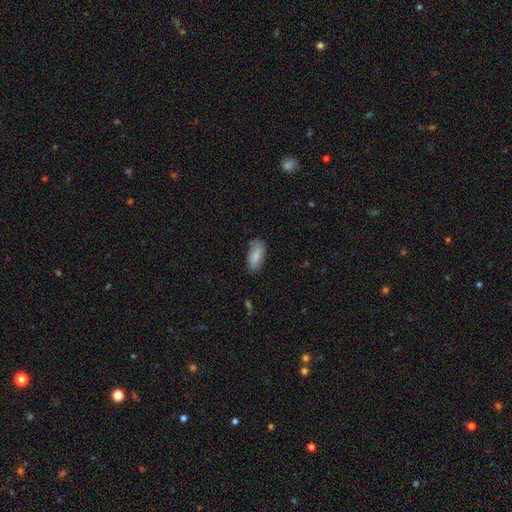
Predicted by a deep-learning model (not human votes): smooth_or_featured: smooth (p=0.81) [alt: featured or disk p=0.13]
how_rounded: in between (p=0.90) [alt: cigar-shaped p=0.08]
merging: none (p=0.72) [alt: minor disturbance p=0.22]